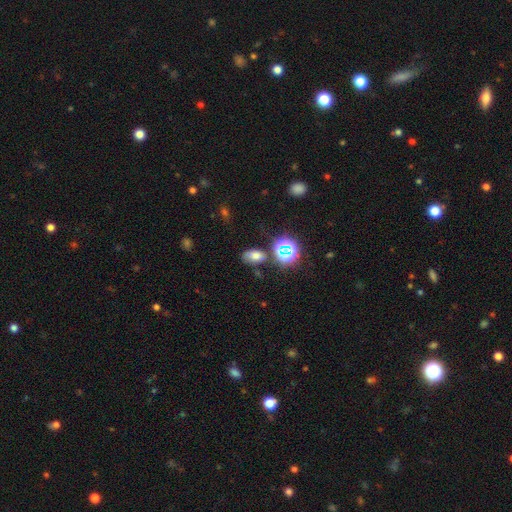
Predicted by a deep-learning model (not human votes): Smooth or featured?
  - smooth: 62% *
  - star or artifact: 26%
  - featured or disk: 12%
How rounded?
  - in between: 85% *
  - round: 13%
  - cigar-shaped: 2%
Merging?
  - none: 63% *
  - minor disturbance: 21%
  - merger: 8%
  - major disturbance: 8%